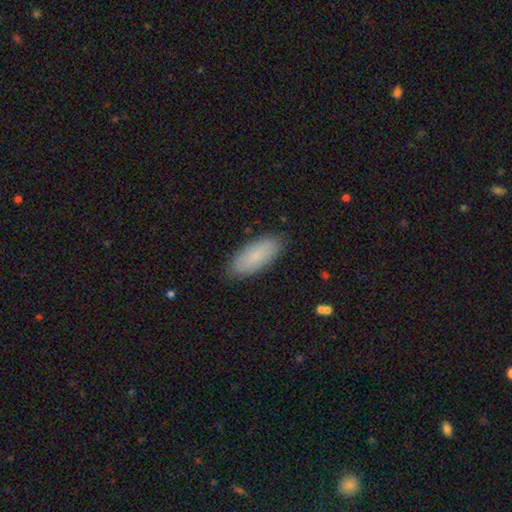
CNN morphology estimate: smooth-or-featured: smooth: 84% | featured or disk: 10% | star or artifact: 6%
  how-rounded: in between: 83% | cigar-shaped: 16% | round: 2%
  merging: none: 87% | minor disturbance: 10% | major disturbance: 2% | merger: 1%